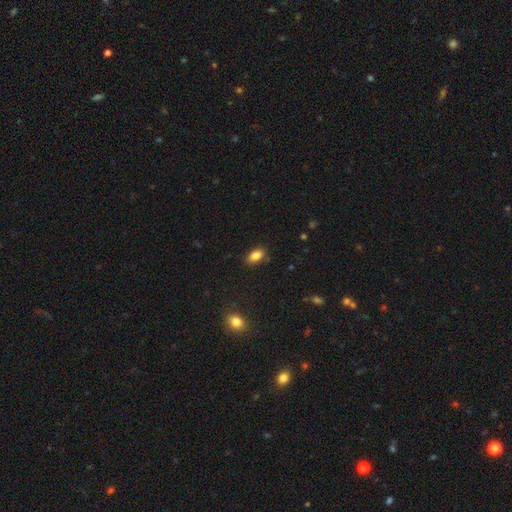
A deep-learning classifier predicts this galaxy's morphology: Smooth or featured: smooth — 85% (star or artifact — 9%)
How rounded: in between — 89% (round — 7%)
Merging: none — 84% (minor disturbance — 12%)